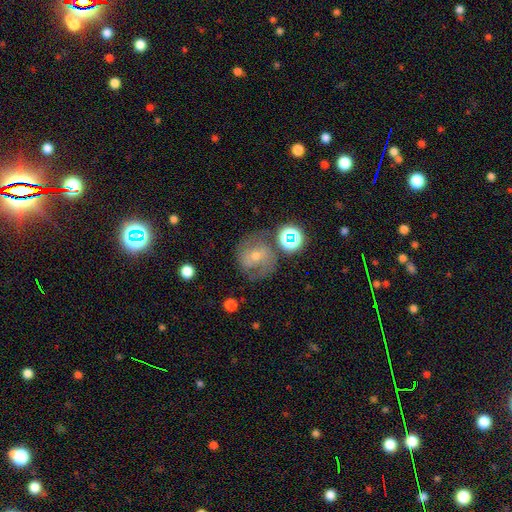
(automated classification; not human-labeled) A featured or disk galaxy (64%) with no bar (44%), 2 (69%) medium (46%) spiral arms (86%) and a small central bulge (56%).

Vote fractions:
- Smooth or featured? featured or disk: 64% / smooth: 19% / star or artifact: 16%
- Edge-on disk? no: 96% / yes: 4%
- Bar? no: 44% / weak: 38% / strong: 17%
- Spiral arms? yes: 86% / no: 14%
- Spiral winding? medium: 46% / tight: 38% / loose: 16%
- Spiral arm count? 2: 69% / can't tell: 19% / 3: 5% / 1: 4% / 4: 2% / more than 4: 2%
- Bulge size? small: 56% / moderate: 39% / large: 2% / none: 2% / dominant: 1%
- Merging? none: 68% / minor disturbance: 16% / major disturbance: 10% / merger: 6%